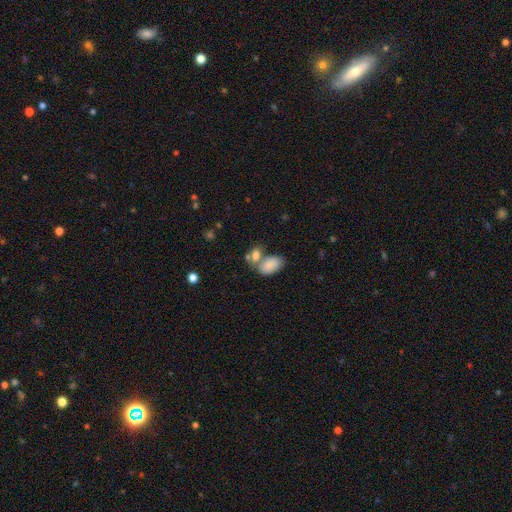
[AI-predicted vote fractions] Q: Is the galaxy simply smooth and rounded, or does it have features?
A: smooth — 60%.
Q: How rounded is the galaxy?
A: in between — 76%.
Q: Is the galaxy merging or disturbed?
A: none — 47%.